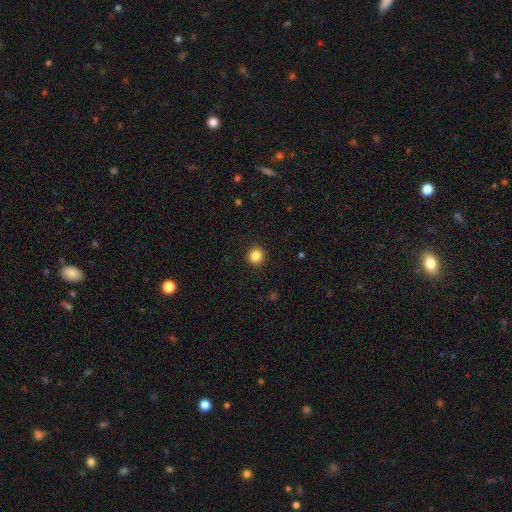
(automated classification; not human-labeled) This appears to be a smooth galaxy with no disk features (85%) that is round (92%). Merging: none (93%).